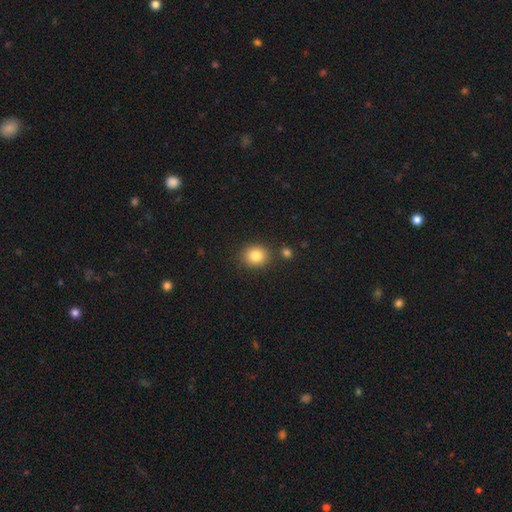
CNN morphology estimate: Smooth or featured? smooth (84%)
How rounded? round (76%)
Merging? none (84%)